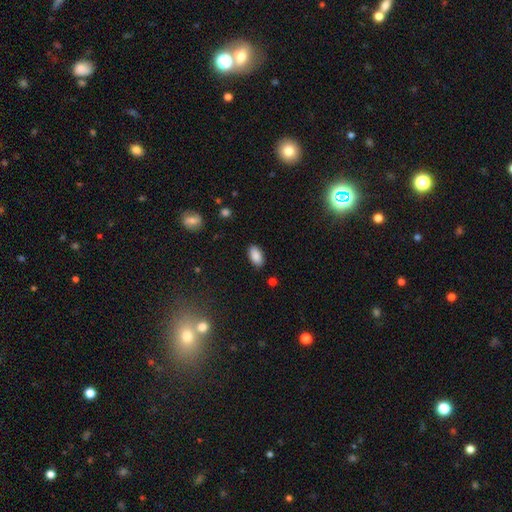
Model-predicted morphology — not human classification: The model was most divided on "merging": none: 87%, minor disturbance: 9%, major disturbance: 2%, merger: 1%. More confident: how rounded — in between (94%); smooth or featured — smooth (87%).